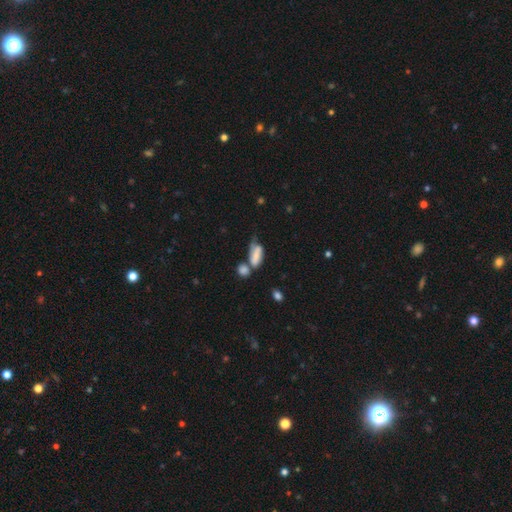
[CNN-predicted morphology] A smooth galaxy with no disk features (68%) that is in between round and cigar-shaped (79%).

Vote fractions:
- Smooth or featured? smooth: 68% / featured or disk: 23% / star or artifact: 9%
- How rounded? in between: 79% / cigar-shaped: 16% / round: 5%
- Merging? merger: 39% / none: 23% / minor disturbance: 20% / major disturbance: 17%